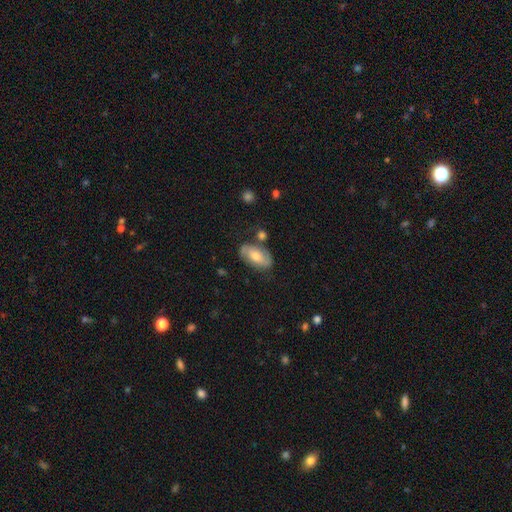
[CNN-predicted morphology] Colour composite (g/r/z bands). It shows a featured or disk galaxy (54%). Merging: none (73%).